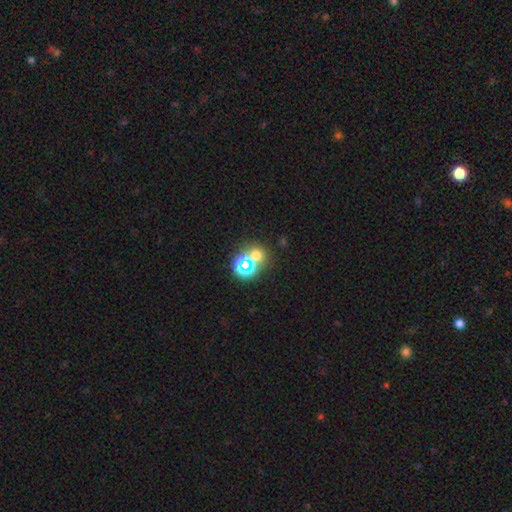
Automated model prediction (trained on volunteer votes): Q: Smooth or featured?
A: smooth (52%); runner-up: star or artifact (39%)
Q: How rounded?
A: round (81%); runner-up: in between (18%)
Q: Merging?
A: none (61%); runner-up: merger (26%)